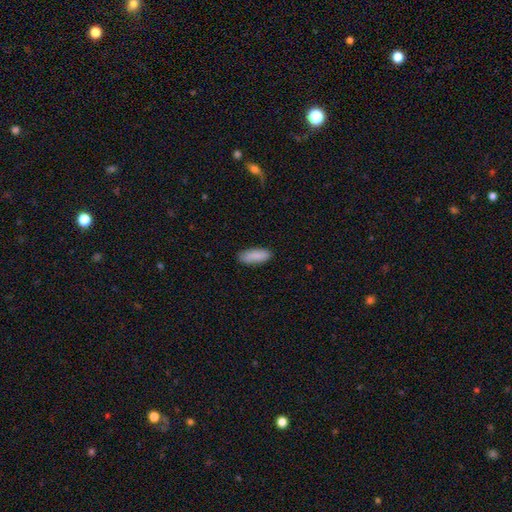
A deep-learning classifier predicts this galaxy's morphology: Q: Smooth or featured?
A: smooth (87%); runner-up: featured or disk (7%)
Q: How rounded?
A: in between (77%); runner-up: cigar-shaped (21%)
Q: Merging?
A: none (84%); runner-up: minor disturbance (13%)